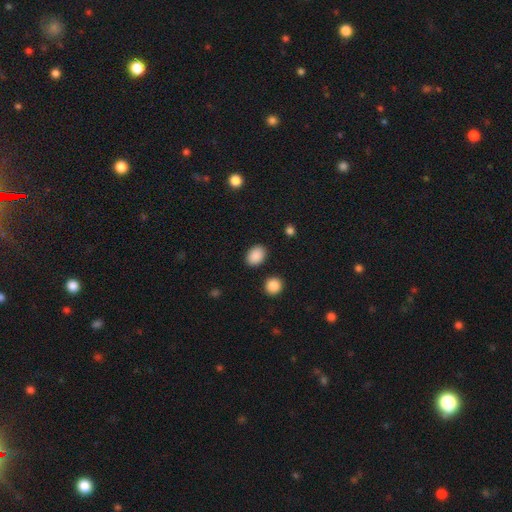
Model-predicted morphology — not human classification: smooth 89%, star or artifact 8%, featured or disk 3%. Down the decision tree: how rounded — in between (73%); merging — none (87%).